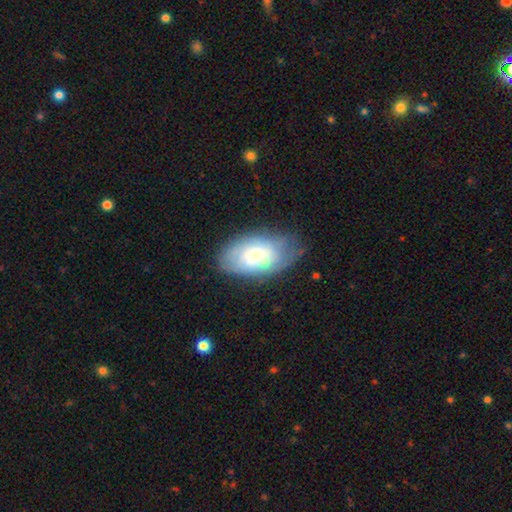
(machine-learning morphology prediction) type=smooth (54%); roundness=in between (91%); merging=none (64%).